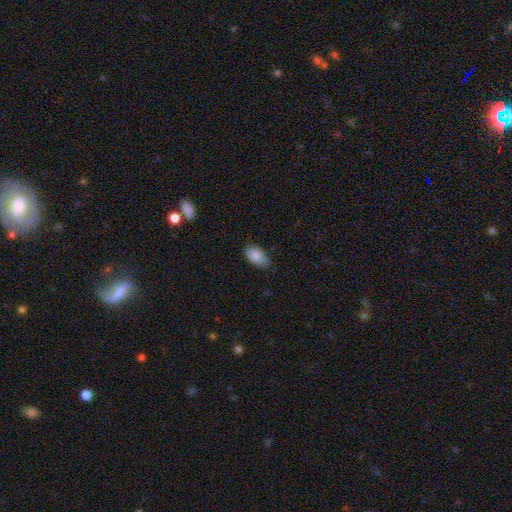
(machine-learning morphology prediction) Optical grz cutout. It shows a smooth galaxy with no disk features (87%) that is in between round and cigar-shaped (94%). Merging: none (74%).